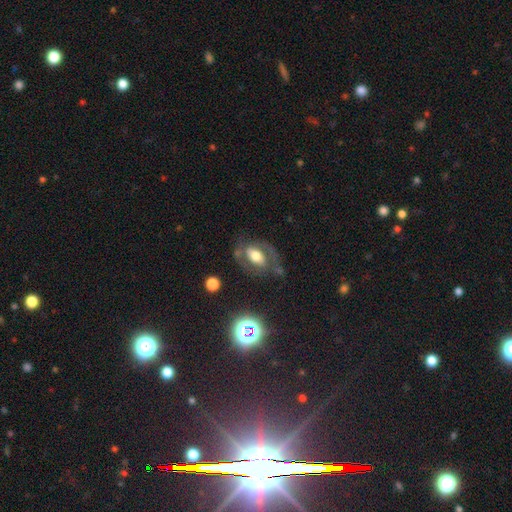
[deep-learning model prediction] Overall: featured or disk (56%; smooth 34%). Edge-on disk: no (92%). Bar: no (43%; weak 30%). Spiral arms: yes (57%; no 43%). Bulge size: moderate (54%; large 30%). Merging: none (57%; minor disturbance 20%).